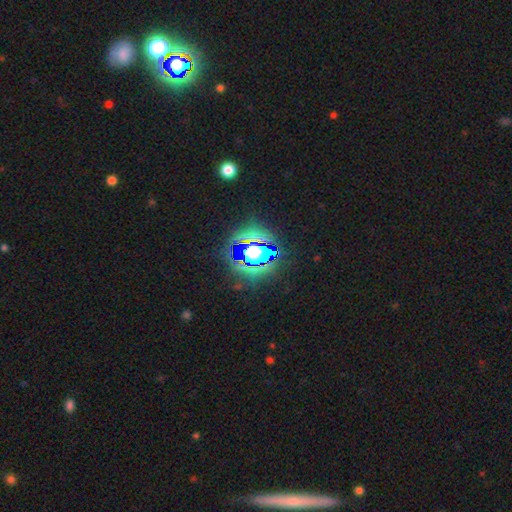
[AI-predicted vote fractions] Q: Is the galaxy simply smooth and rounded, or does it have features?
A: star or artifact — 76%.